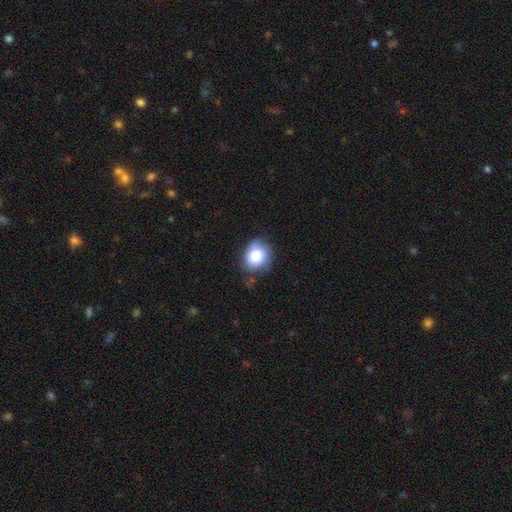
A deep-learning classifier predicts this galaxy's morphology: This appears to be a smooth galaxy with no disk features (76%) that is round (68%). Merging: none (62%).